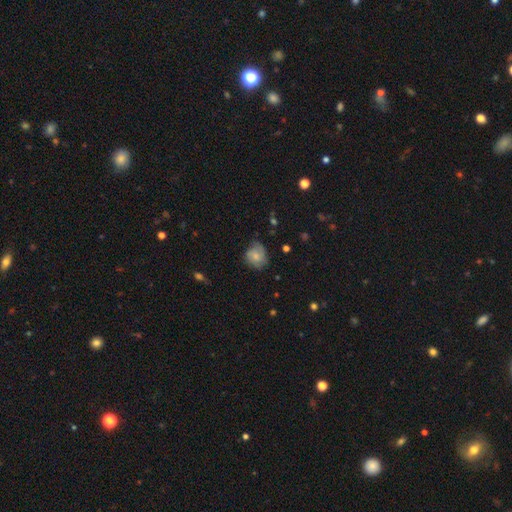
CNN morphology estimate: Overall: smooth (57%; featured or disk 34%). How rounded: round (72%). Merging: none (62%; minor disturbance 28%).